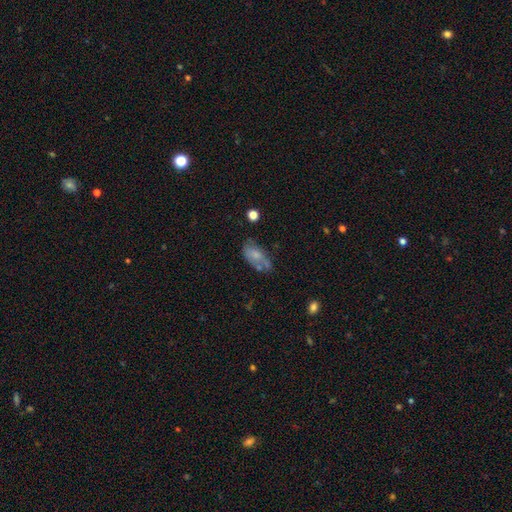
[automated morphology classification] The model was most divided on "merging": none: 45%, minor disturbance: 30%, major disturbance: 15%, merger: 10%. More confident: how rounded — in between (88%); smooth or featured — smooth (58%).